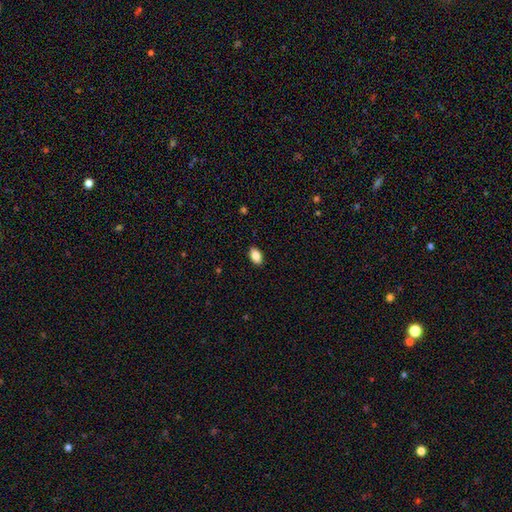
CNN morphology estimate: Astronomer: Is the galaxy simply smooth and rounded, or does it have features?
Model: smooth — 87%.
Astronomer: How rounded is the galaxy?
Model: in between — 91%.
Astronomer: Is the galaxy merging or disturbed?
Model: none — 89%.